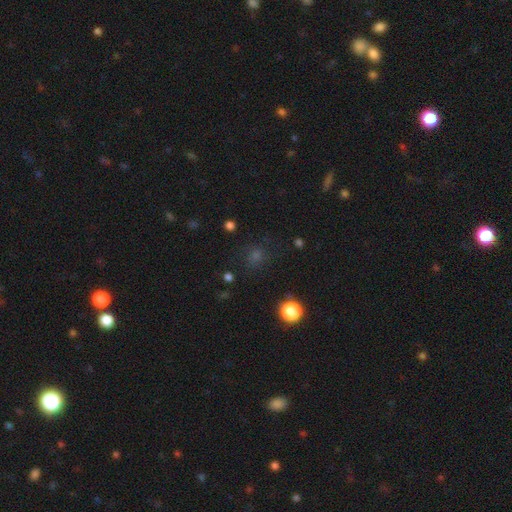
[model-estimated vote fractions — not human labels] smooth 49%, star or artifact 42%, featured or disk 9%. Down the decision tree: merging — none (80%).